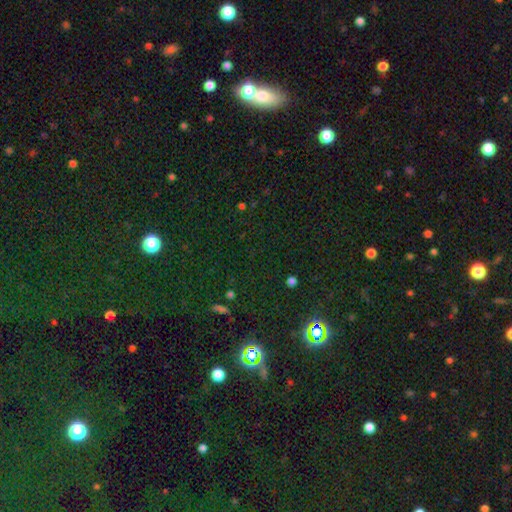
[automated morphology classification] Smooth or featured? star or artifact (65%)